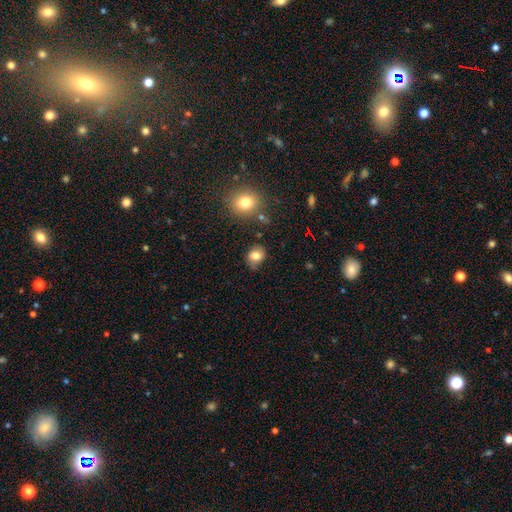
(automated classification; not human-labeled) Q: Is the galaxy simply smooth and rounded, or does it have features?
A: smooth — 79%.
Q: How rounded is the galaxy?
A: round — 52%.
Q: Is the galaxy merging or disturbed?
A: none — 67%.